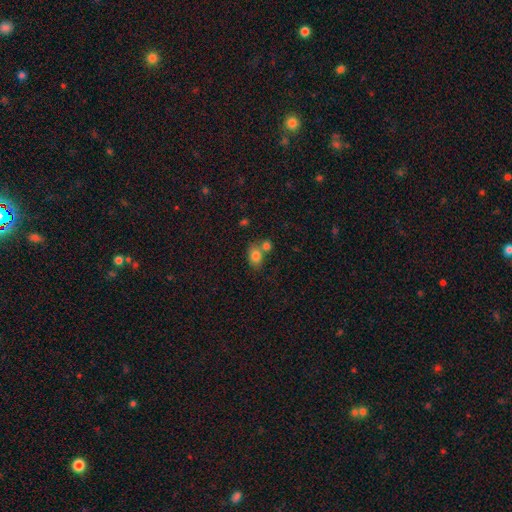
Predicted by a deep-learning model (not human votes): The model was most divided on "merging": none: 48%, merger: 37%, minor disturbance: 12%, major disturbance: 4%. More confident: smooth or featured — smooth (81%); how rounded — in between (68%).